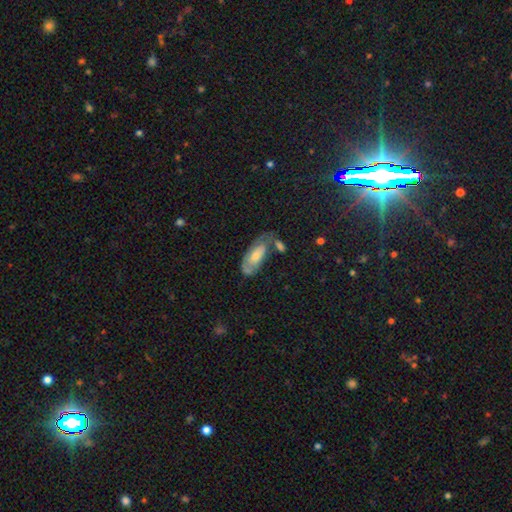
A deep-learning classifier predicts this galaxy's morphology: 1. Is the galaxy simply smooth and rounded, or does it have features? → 48% featured or disk, 42% smooth, 10% star or artifact.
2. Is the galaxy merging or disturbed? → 46% none, 26% minor disturbance, 15% major disturbance, 13% merger.